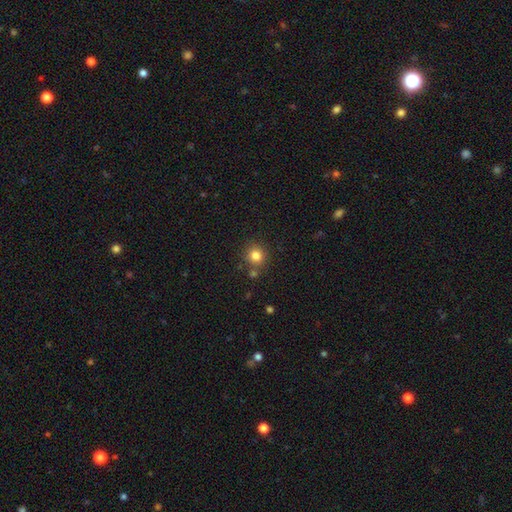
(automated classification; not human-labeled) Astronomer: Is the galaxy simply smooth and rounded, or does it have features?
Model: smooth — 82%.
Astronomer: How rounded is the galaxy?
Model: round — 91%.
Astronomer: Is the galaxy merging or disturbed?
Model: none — 78%.